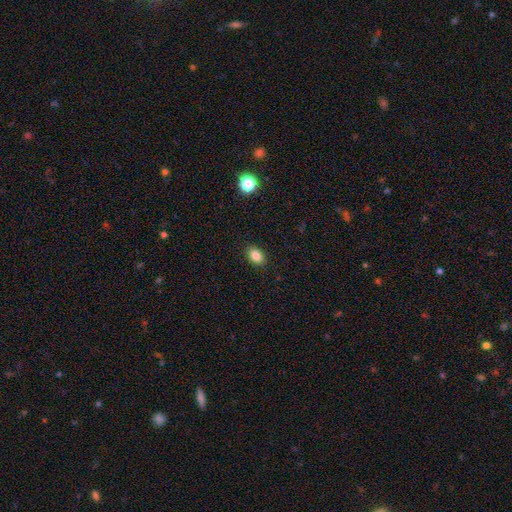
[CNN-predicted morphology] A smooth galaxy with no disk features (84%) that is in between round and cigar-shaped (79%).

Vote fractions:
- Smooth or featured? smooth: 84% / star or artifact: 10% / featured or disk: 6%
- How rounded? in between: 79% / round: 20% / cigar-shaped: 1%
- Merging? none: 89% / minor disturbance: 8% / major disturbance: 2% / merger: 1%